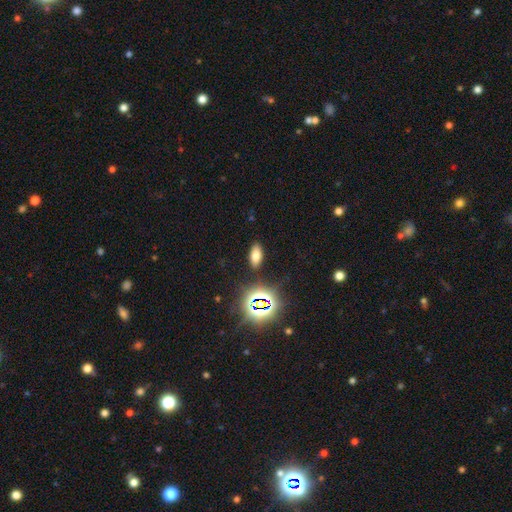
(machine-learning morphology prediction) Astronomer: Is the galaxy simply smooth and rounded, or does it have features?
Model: smooth — 68%.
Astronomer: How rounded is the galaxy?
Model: in between — 87%.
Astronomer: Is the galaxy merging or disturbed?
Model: none — 87%.